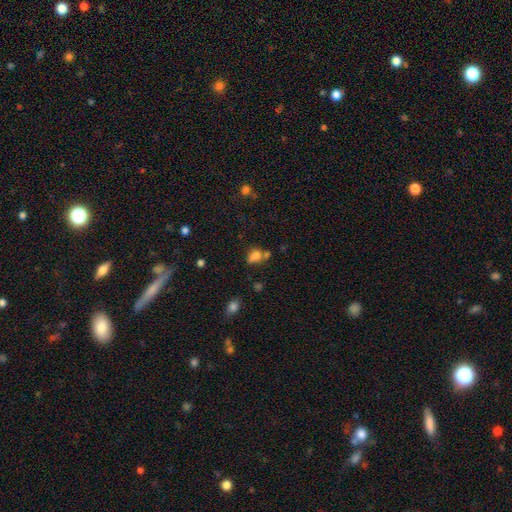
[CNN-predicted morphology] smooth-or-featured: smooth: 75% | star or artifact: 15% | featured or disk: 10%
  how-rounded: in between: 69% | round: 29% | cigar-shaped: 2%
  merging: none: 41% | merger: 34% | minor disturbance: 17% | major disturbance: 8%